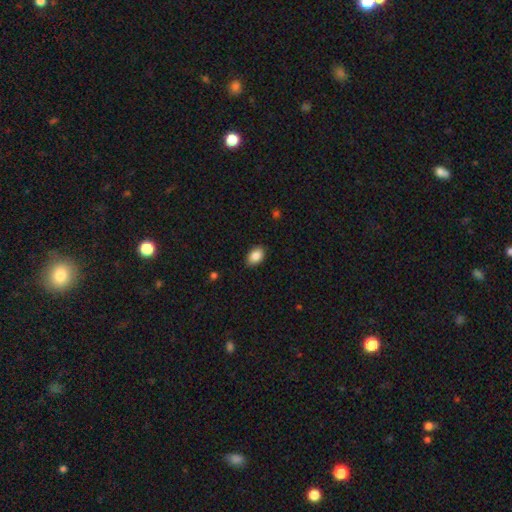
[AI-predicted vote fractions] Smooth or featured? smooth (88%)
How rounded? in between (88%)
Merging? none (87%)